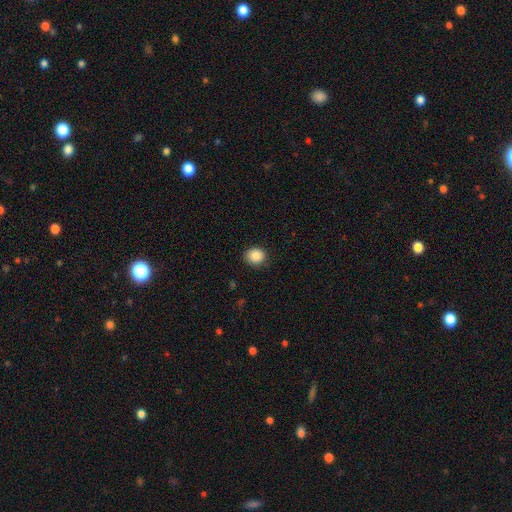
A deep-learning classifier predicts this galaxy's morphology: smooth_or_featured: smooth (p=0.88) [alt: star or artifact p=0.09]
how_rounded: round (p=0.77) [alt: in between p=0.23]
merging: none (p=0.85) [alt: minor disturbance p=0.11]